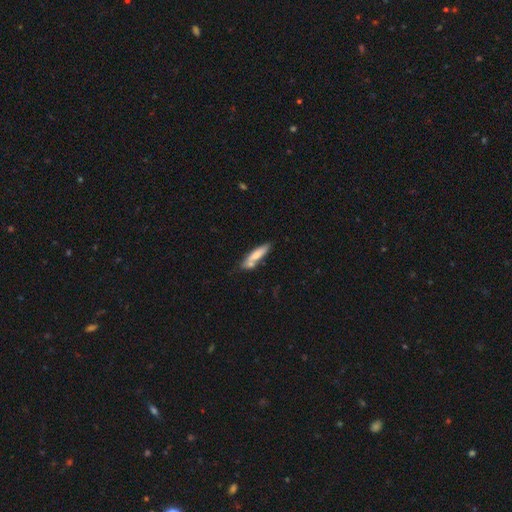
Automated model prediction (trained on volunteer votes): Smooth or featured? Predicted: smooth (p=0.72). How rounded? Predicted: cigar-shaped (p=0.75). Merging? Predicted: none (p=0.58).